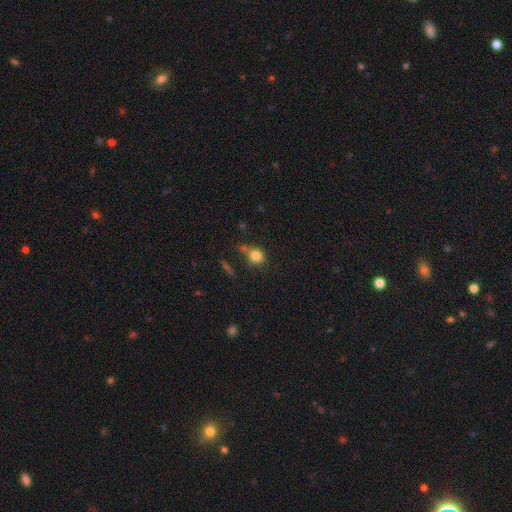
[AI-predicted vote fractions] Smooth or featured? smooth (81%)
How rounded? round (74%)
Merging? none (53%)